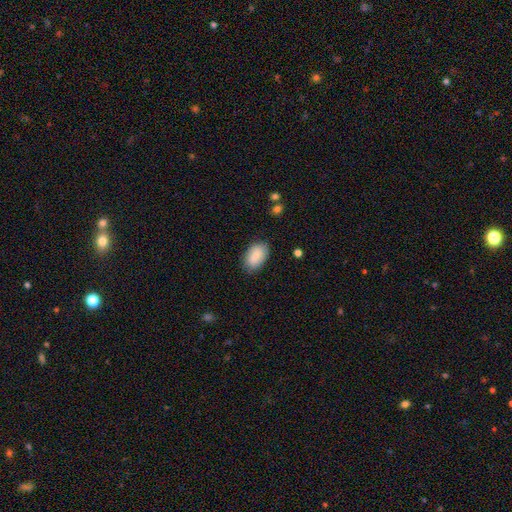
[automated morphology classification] type=smooth (85%); roundness=in between (93%); merging=none (81%).